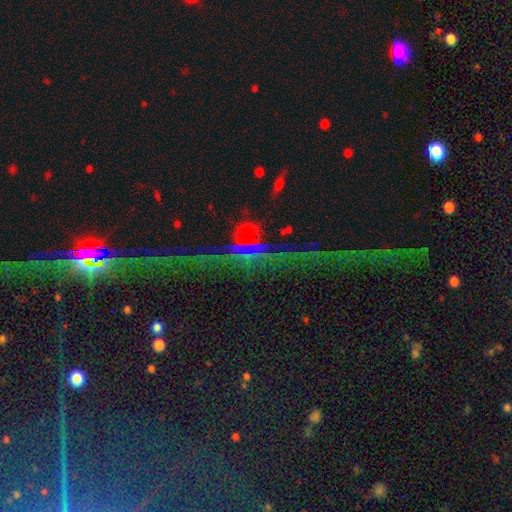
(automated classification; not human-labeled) The model was most divided on "smooth or featured": star or artifact: 61%, featured or disk: 27%, smooth: 12%.